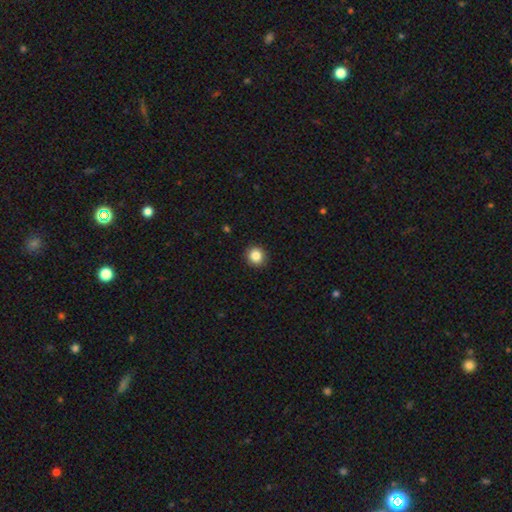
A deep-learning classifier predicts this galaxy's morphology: Smooth or featured? Predicted: smooth (p=0.86). How rounded? Predicted: round (p=0.92). Merging? Predicted: none (p=0.92).